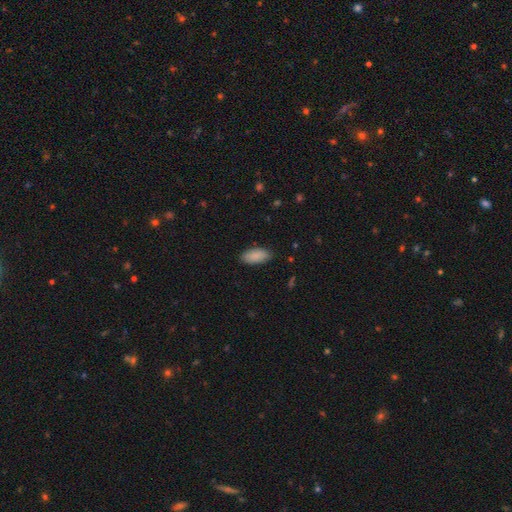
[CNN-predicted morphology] Smooth or featured? smooth (89%)
How rounded? in between (89%)
Merging? none (86%)